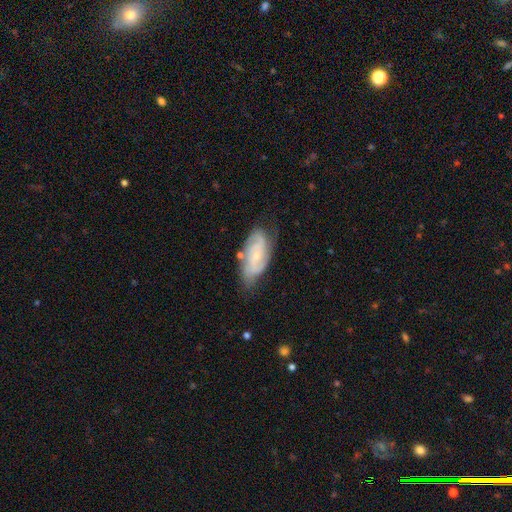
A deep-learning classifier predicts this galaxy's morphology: The model was most divided on "spiral winding": tight: 45%, medium: 41%, loose: 14%. More confident: edge-on disk — no (94%); spiral arms — yes (92%); smooth or featured — featured or disk (73%); bulge size — small (72%); merging — none (66%); bar — no (58%); spiral arm count — 2 (52%).